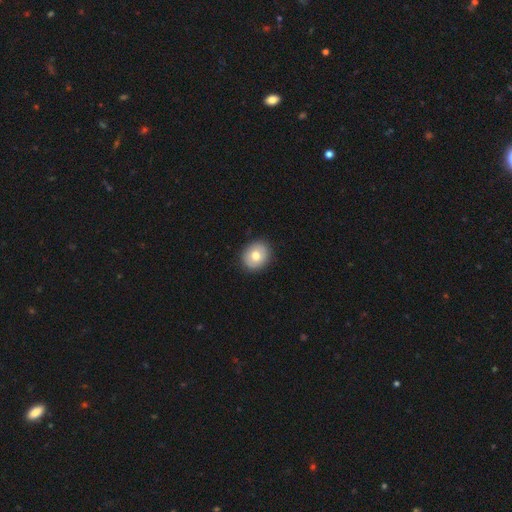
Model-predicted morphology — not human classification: Smooth or featured? smooth (75%)
How rounded? round (67%)
Merging? none (90%)